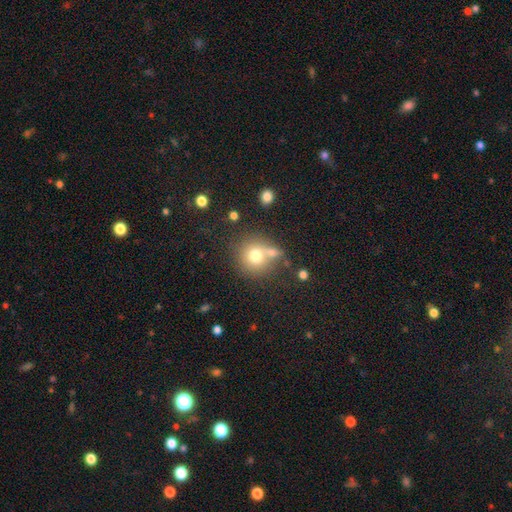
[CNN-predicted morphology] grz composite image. It shows a smooth galaxy with no disk features (73%) that is round (88%). Merging: none (53%).